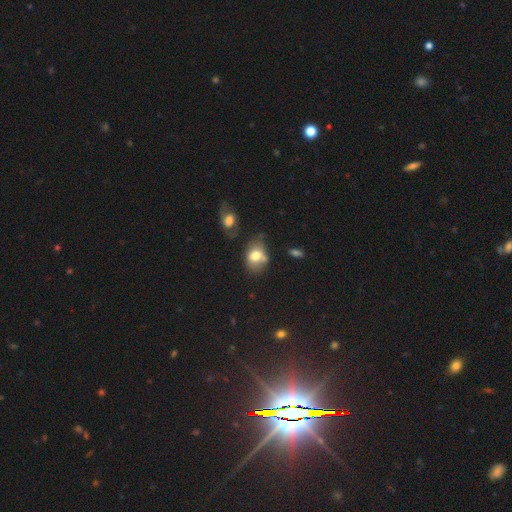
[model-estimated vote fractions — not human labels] The model was most divided on "merging": none: 44%, minor disturbance: 27%, merger: 16%, major disturbance: 12%. More confident: smooth or featured — smooth (71%); how rounded — in between (60%).